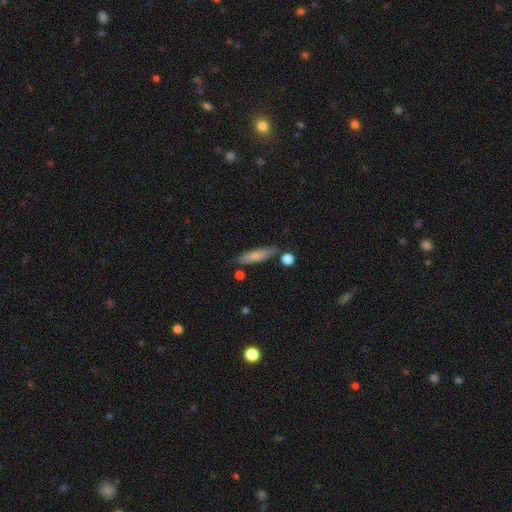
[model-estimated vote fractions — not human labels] A smooth galaxy with no disk features (71%) that is cigar-shaped (76%).

Vote fractions:
- Smooth or featured? smooth: 71% / featured or disk: 22% / star or artifact: 6%
- How rounded? cigar-shaped: 76% / in between: 21% / round: 2%
- Merging? none: 74% / minor disturbance: 16% / merger: 6% / major disturbance: 4%